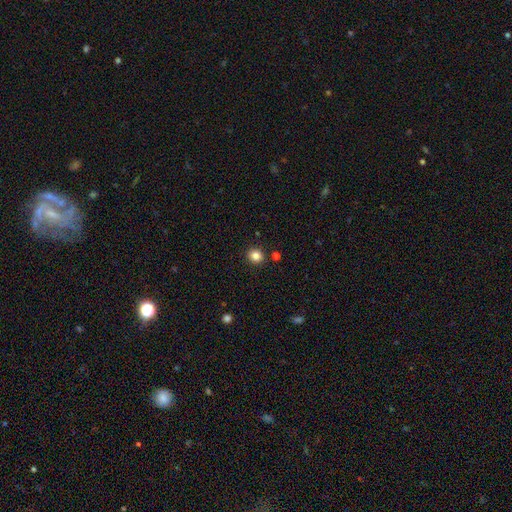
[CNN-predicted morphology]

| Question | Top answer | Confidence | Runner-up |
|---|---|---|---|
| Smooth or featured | smooth | 84% | star or artifact (12%) |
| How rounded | round | 83% | in between (16%) |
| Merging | none | 89% | minor disturbance (6%) |